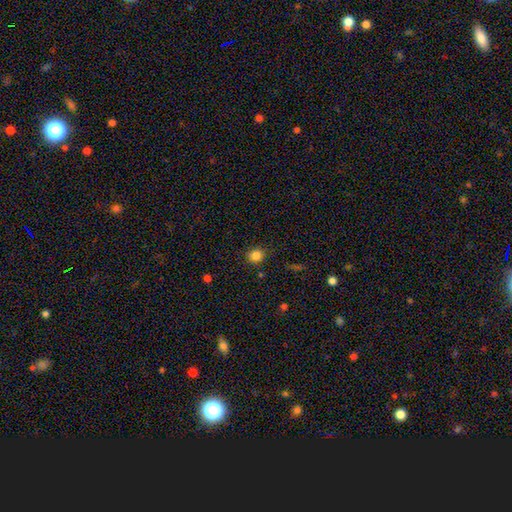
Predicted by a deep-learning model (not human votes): A smooth galaxy with no disk features (83%) that is round (86%).

Vote fractions:
- Smooth or featured? smooth: 83% / star or artifact: 12% / featured or disk: 4%
- How rounded? round: 86% / in between: 13% / cigar-shaped: 1%
- Merging? none: 87% / minor disturbance: 8% / major disturbance: 2% / merger: 2%